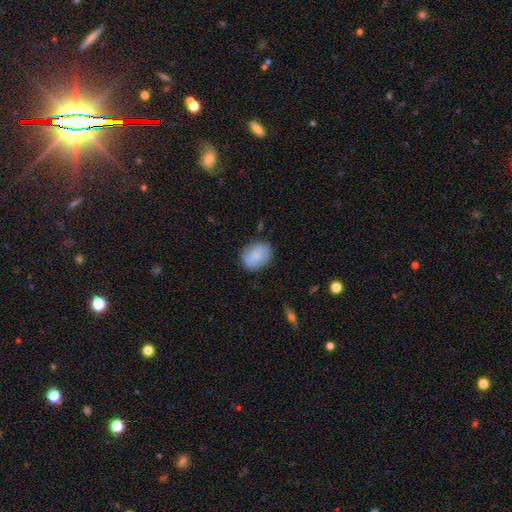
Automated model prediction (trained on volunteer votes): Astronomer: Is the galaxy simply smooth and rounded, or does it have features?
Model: smooth — 82%.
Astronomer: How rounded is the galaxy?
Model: in between — 61% (runner-up: round, 38%).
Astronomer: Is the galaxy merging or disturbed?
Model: none — 76%.